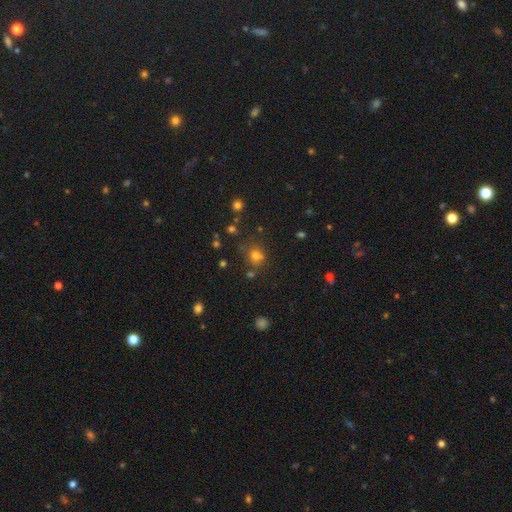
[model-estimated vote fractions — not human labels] A smooth galaxy with no disk features (68%) that is round (80%).

Vote fractions:
- Smooth or featured? smooth: 68% / star or artifact: 22% / featured or disk: 9%
- How rounded? round: 80% / in between: 19% / cigar-shaped: 1%
- Merging? none: 64% / merger: 17% / minor disturbance: 14% / major disturbance: 5%